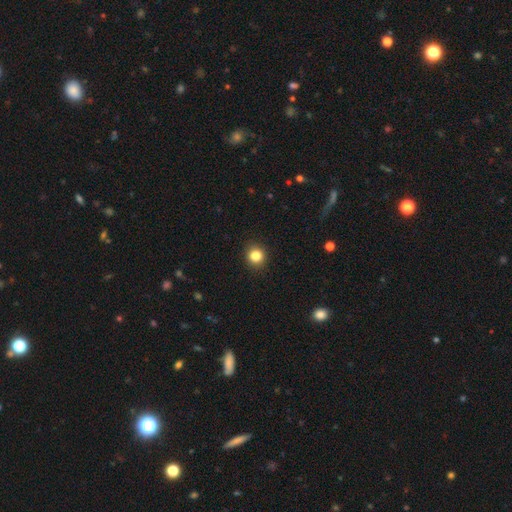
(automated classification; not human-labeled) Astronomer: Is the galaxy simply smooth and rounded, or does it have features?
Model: smooth — 84%.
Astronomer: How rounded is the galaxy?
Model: round — 89%.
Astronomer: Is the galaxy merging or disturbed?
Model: none — 91%.